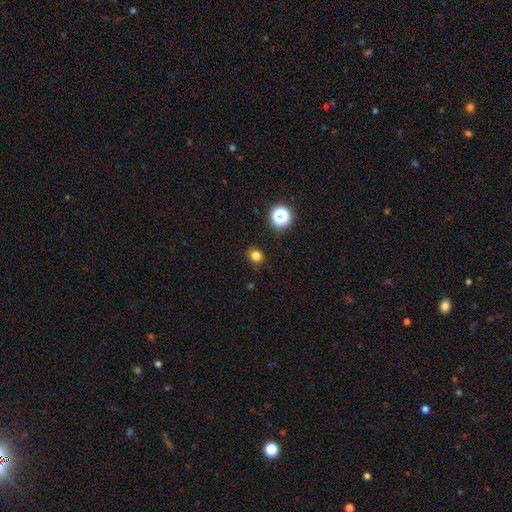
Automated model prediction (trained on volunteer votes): Smooth or featured? Predicted: smooth (p=0.78). How rounded? Predicted: round (p=0.80). Merging? Predicted: none (p=0.88).